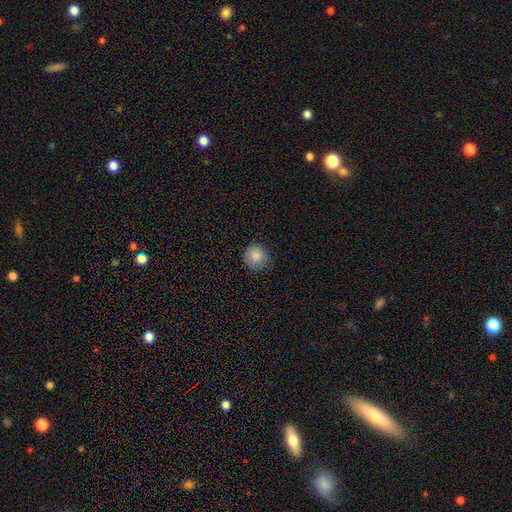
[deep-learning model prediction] This appears to be a smooth galaxy with no disk features (85%) that is round (92%). Merging: none (78%).